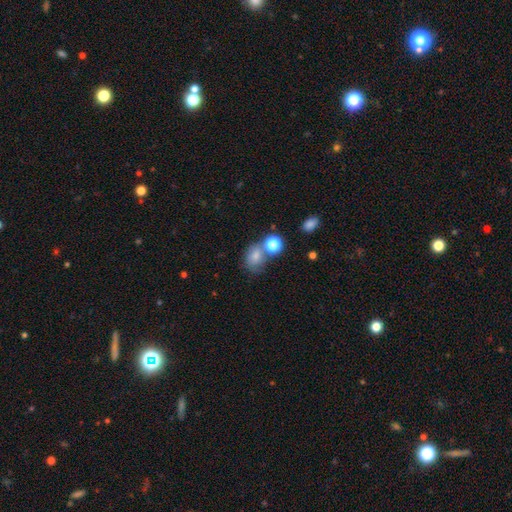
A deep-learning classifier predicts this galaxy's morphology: This appears to be a smooth galaxy with no disk features (72%) that is in between round and cigar-shaped (50%). Merging: none (45%).